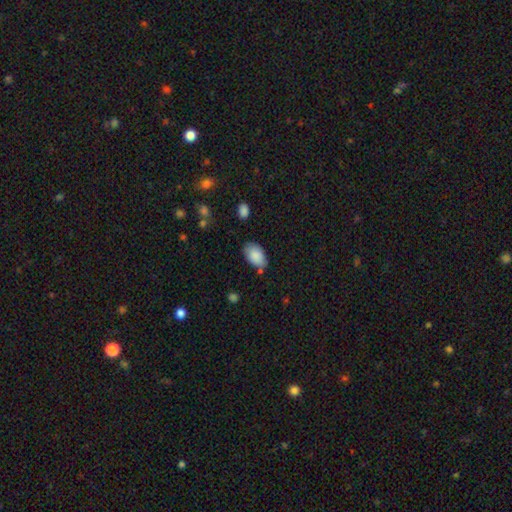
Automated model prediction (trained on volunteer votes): A smooth galaxy with no disk features (86%) that is in between round and cigar-shaped (93%).

Vote fractions:
- Smooth or featured? smooth: 86% / featured or disk: 7% / star or artifact: 6%
- How rounded? in between: 93% / round: 6% / cigar-shaped: 1%
- Merging? none: 69% / minor disturbance: 22% / major disturbance: 4% / merger: 4%